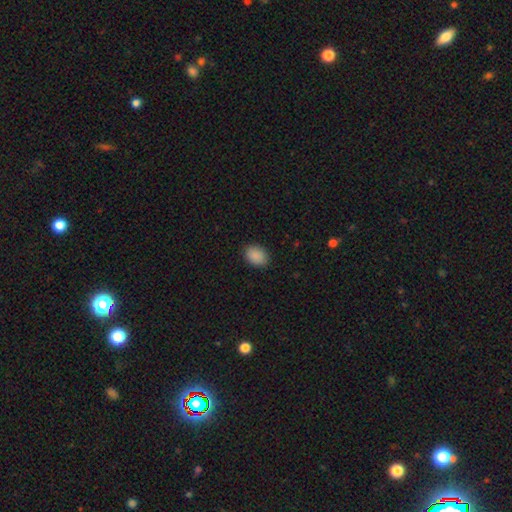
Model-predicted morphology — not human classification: Smooth or featured? smooth (89%)
How rounded? in between (73%)
Merging? none (88%)